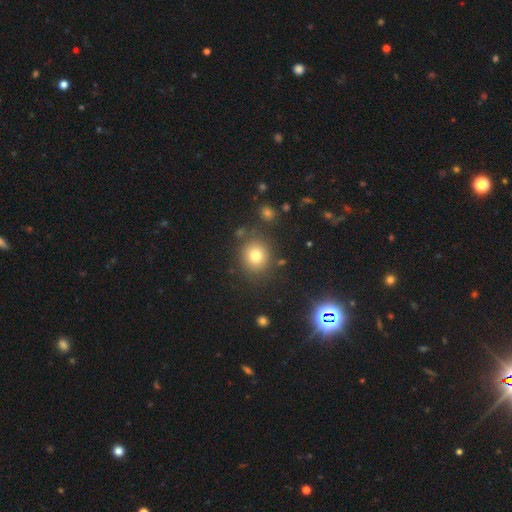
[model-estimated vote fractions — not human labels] This appears to be a smooth galaxy with no disk features (77%) that is round (82%). Merging: none (83%).